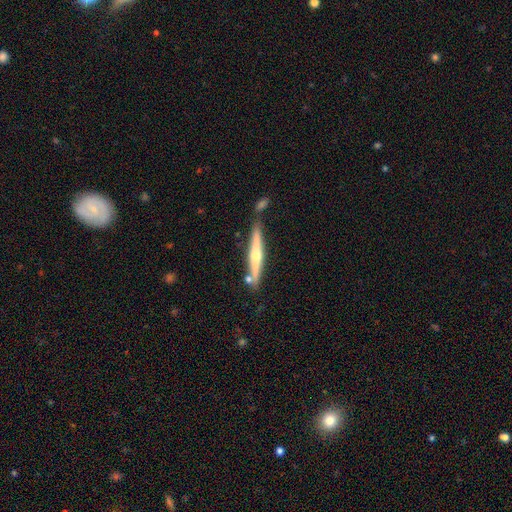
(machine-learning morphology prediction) type=featured or disk (65%); edge-on=yes (97%); edge-on bulge=rounded (88%); merging=none (76%).